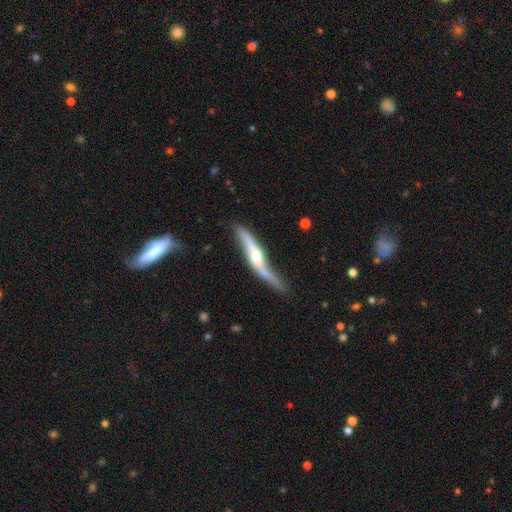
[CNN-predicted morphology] Overall: featured or disk (80%). Edge-on disk: yes (64%; no 36%). Edge-on bulge: rounded (87%). Merging: none (53%; minor disturbance 29%).